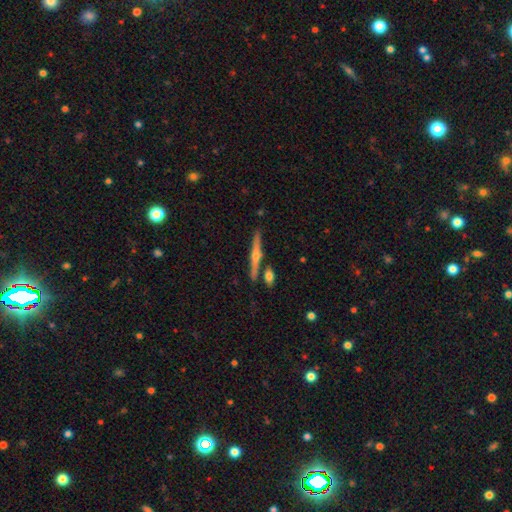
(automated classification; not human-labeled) featured or disk 74%, smooth 20%, star or artifact 6%. Down the decision tree: edge-on disk — yes (97%); edge-on bulge — rounded (90%); merging — none (82%).